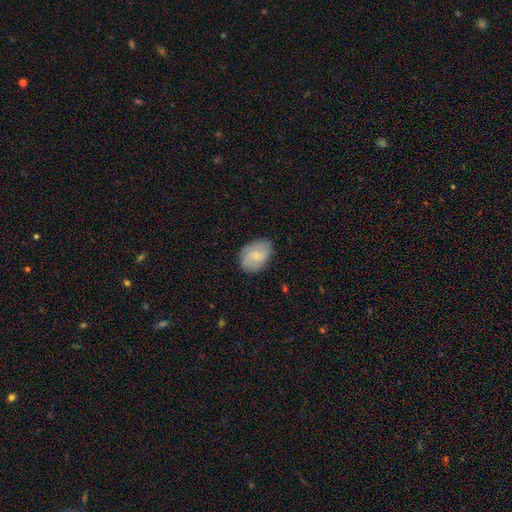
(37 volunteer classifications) smooth_or_featured: smooth (p=0.51) [alt: featured or disk p=0.49]
how_rounded: in between (p=0.79) [alt: round p=0.21]
merging: none (p=0.65) [alt: minor disturbance p=0.32]